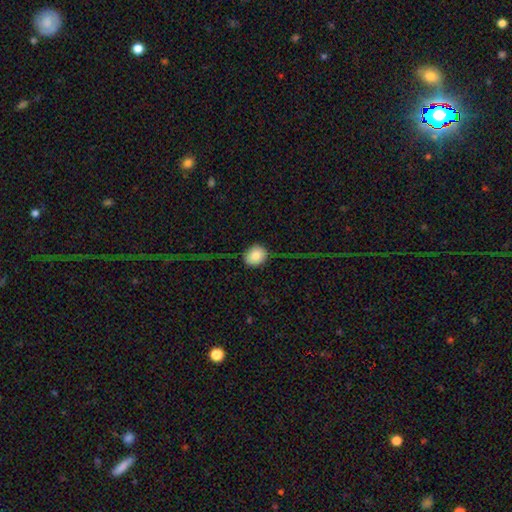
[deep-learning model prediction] A smooth galaxy with no disk features (84%) that is round (73%). Merging: none (72%).